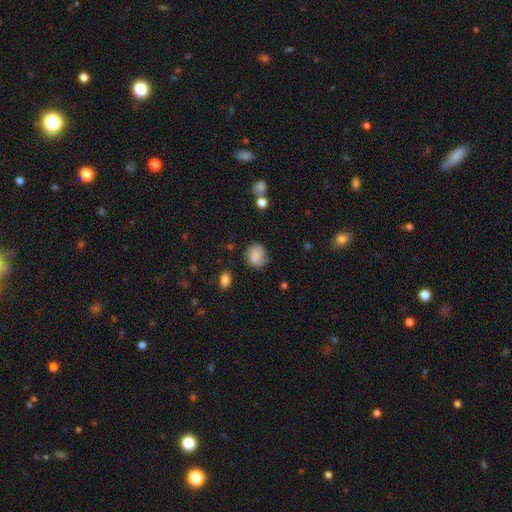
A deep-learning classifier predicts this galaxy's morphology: smooth_or_featured: smooth (p=0.73) [alt: featured or disk p=0.18]
how_rounded: round (p=0.75) [alt: in between p=0.24]
merging: none (p=0.72) [alt: minor disturbance p=0.19]